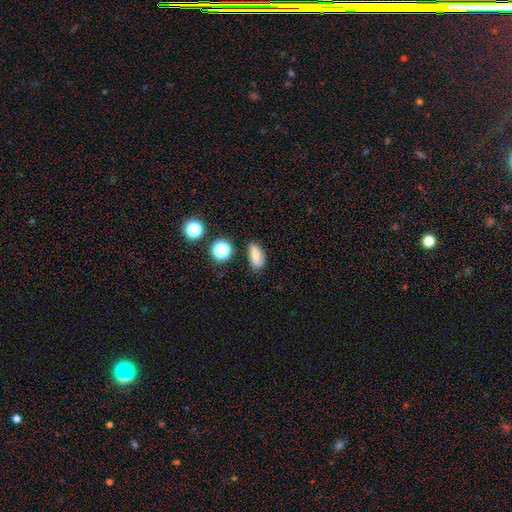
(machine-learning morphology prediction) This is likely a smooth galaxy (73%). How rounded: likely in between (80%). Merging: likely none (79%).